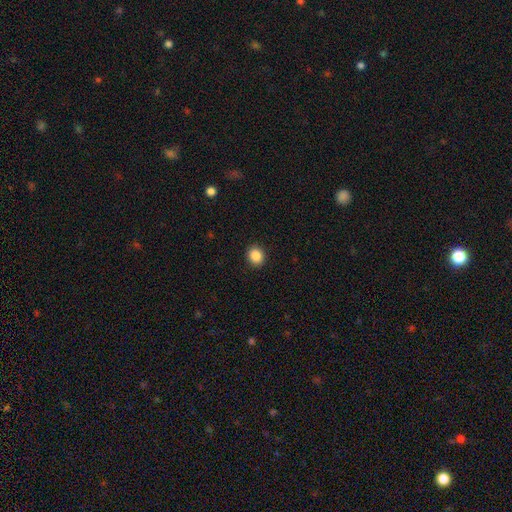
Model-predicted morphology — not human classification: A smooth galaxy with no disk features (88%) that is round (76%).

Vote fractions:
- Smooth or featured? smooth: 88% / star or artifact: 9% / featured or disk: 3%
- How rounded? round: 76% / in between: 23% / cigar-shaped: 1%
- Merging? none: 92% / minor disturbance: 6% / major disturbance: 2% / merger: 1%